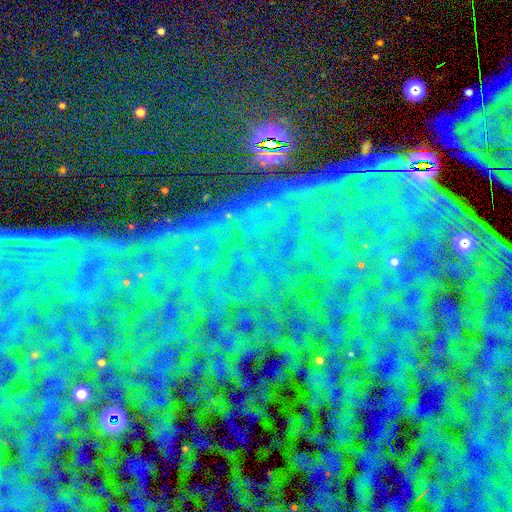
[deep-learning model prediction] smooth-or-featured: star or artifact: 84% | smooth: 8% | featured or disk: 8%